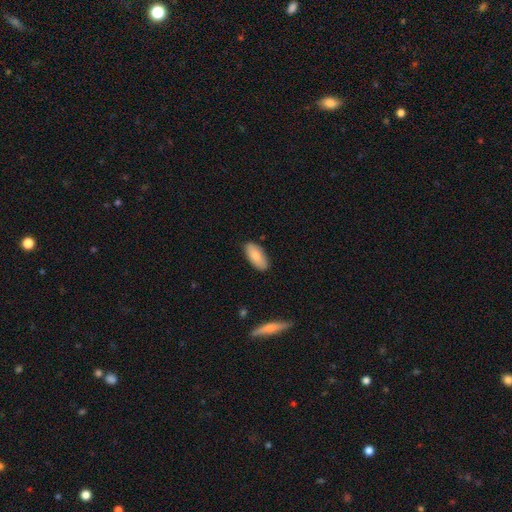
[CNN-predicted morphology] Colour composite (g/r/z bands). It shows a smooth galaxy with no disk features (82%) that is in between round and cigar-shaped (91%). Merging: none (86%).